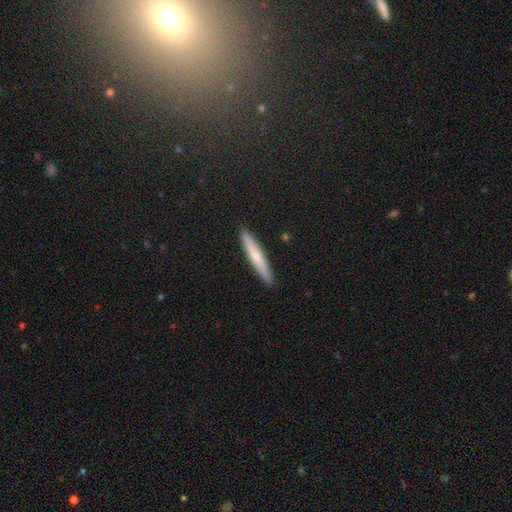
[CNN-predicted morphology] type=smooth (62%); roundness=cigar-shaped (95%); merging=none (92%).